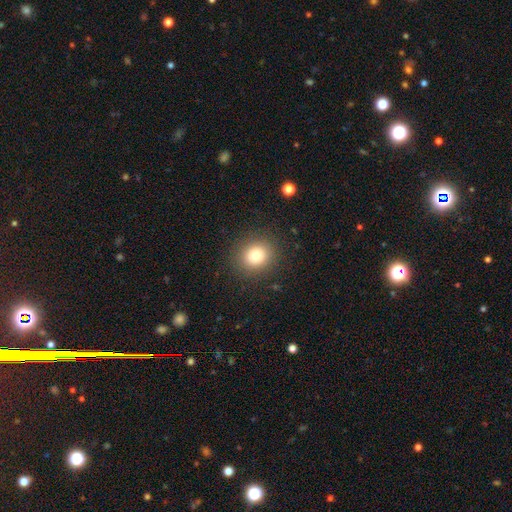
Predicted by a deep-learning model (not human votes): Overall: smooth (79%). How rounded: round (81%). Merging: none (89%).